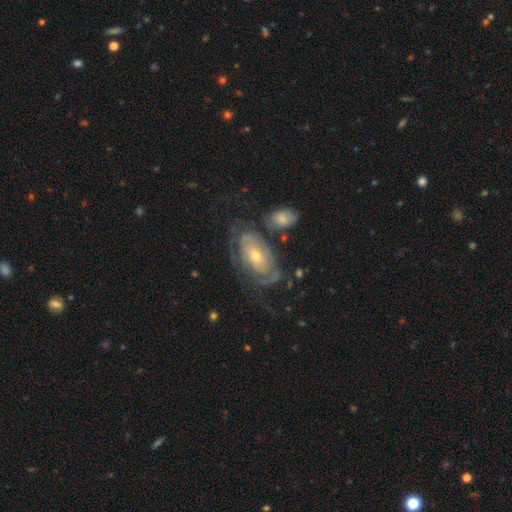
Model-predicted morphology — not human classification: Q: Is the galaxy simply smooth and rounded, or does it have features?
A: featured or disk — 75%.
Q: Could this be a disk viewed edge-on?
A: no — 94%.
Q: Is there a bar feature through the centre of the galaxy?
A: no — 77%.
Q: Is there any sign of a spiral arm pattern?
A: yes — 75%.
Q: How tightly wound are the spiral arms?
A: tight — 64%.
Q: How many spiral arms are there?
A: can't tell — 50%.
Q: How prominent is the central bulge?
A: small — 51%.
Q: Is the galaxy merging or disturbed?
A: none — 51%.